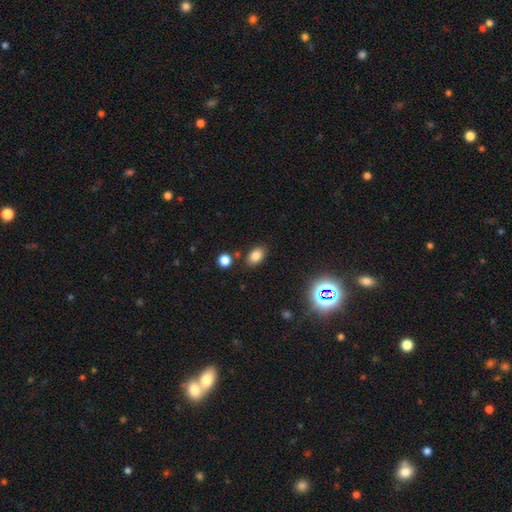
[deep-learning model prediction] Smooth or featured? Predicted: smooth (p=0.81). How rounded? Predicted: in between (p=0.85). Merging? Predicted: none (p=0.81).